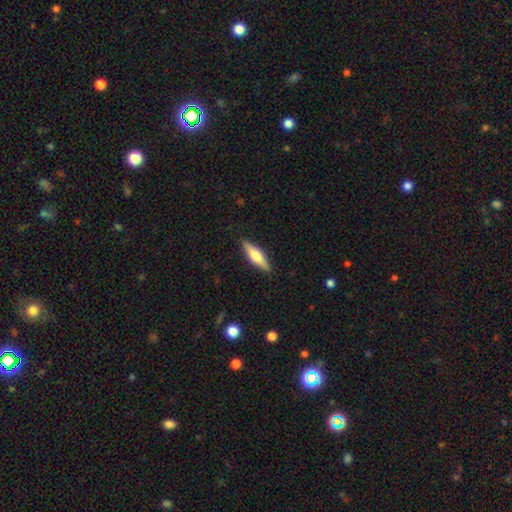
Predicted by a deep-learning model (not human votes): Q: Smooth or featured?
A: featured or disk (49%); runner-up: smooth (46%)
Q: Merging?
A: none (89%); runner-up: minor disturbance (8%)